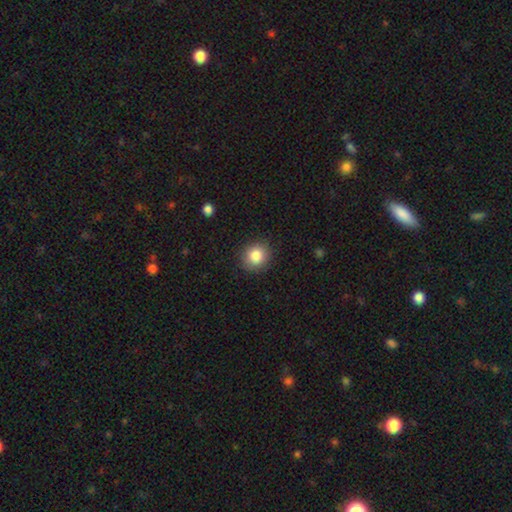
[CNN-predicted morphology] Overall: smooth (84%). How rounded: round (84%). Merging: none (89%).